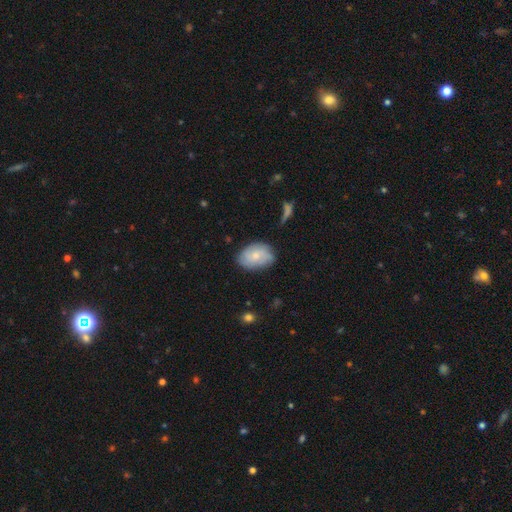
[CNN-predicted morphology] Smooth or featured? Predicted: smooth (p=0.61). How rounded? Predicted: in between (p=0.83). Merging? Predicted: none (p=0.71).